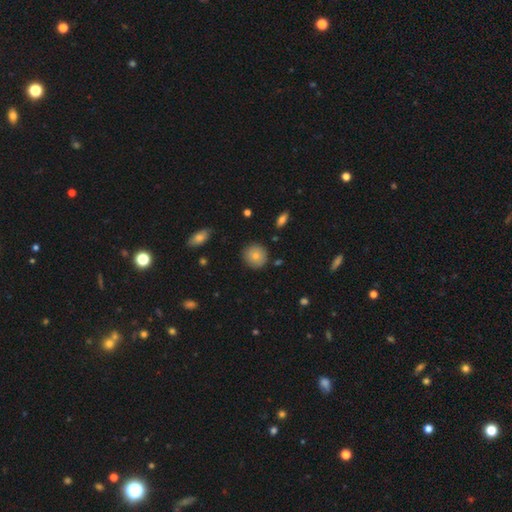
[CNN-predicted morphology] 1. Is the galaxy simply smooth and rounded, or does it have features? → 76% smooth, 14% featured or disk, 10% star or artifact.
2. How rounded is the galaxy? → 92% round, 7% in between, 1% cigar-shaped.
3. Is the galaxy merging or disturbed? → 87% none, 9% minor disturbance, 2% major disturbance, 2% merger.